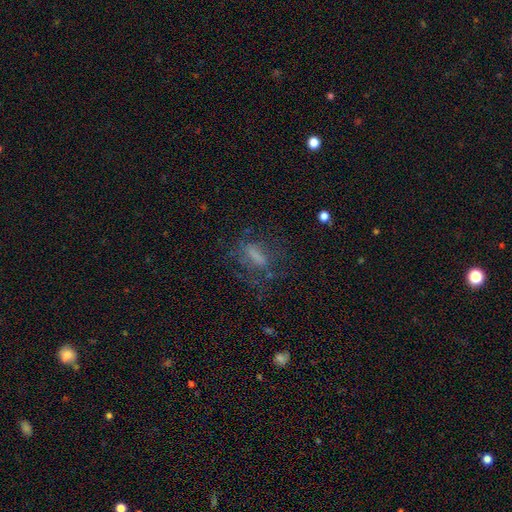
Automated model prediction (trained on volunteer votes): smooth 49%, featured or disk 32%, star or artifact 19%. Down the decision tree: merging — none (50%).